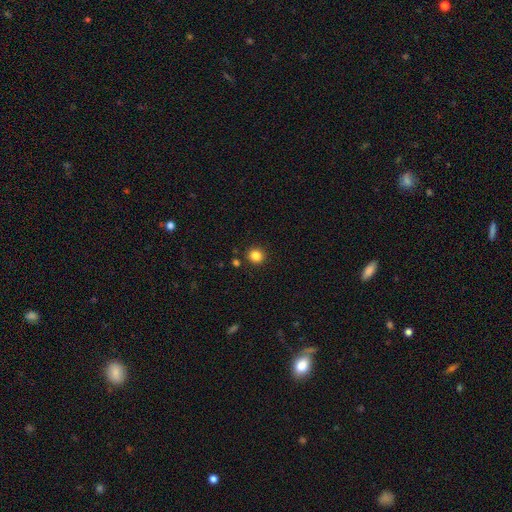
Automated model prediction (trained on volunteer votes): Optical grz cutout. It shows a smooth galaxy with no disk features (84%) that is round (89%). Merging: none (89%).